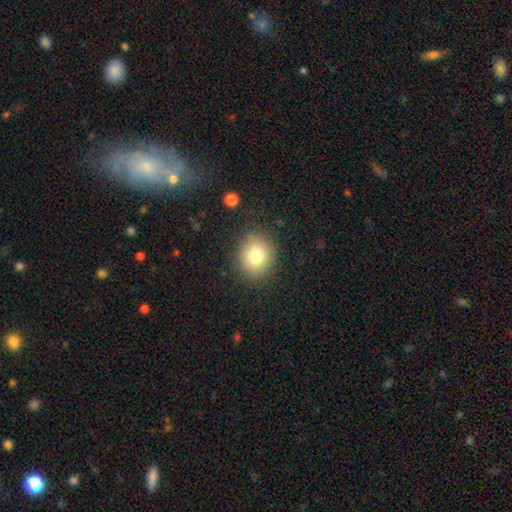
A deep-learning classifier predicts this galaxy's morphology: type=smooth (77%); roundness=round (73%); merging=none (85%).